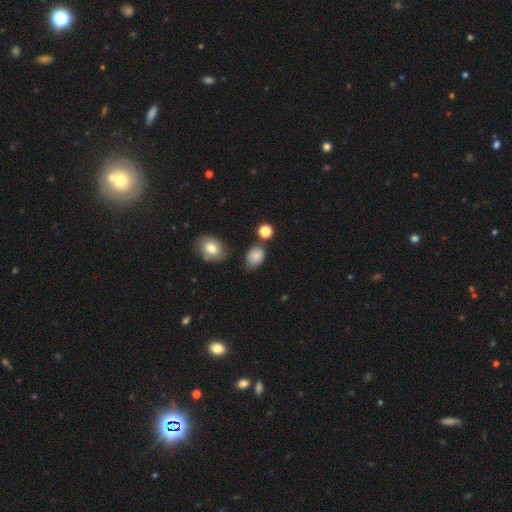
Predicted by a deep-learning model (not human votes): Morphology: type=smooth (83%); roundness=in between (63%); merging=none (67%).